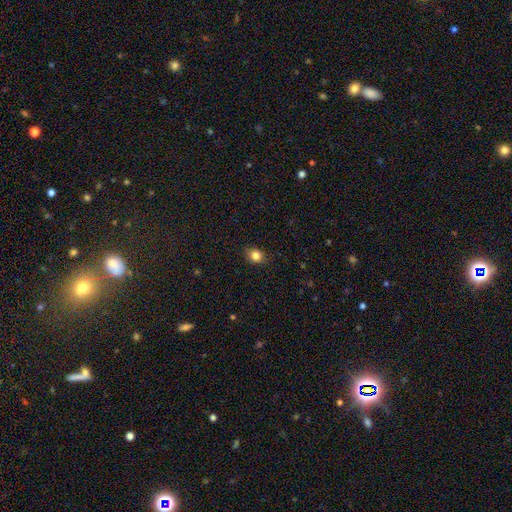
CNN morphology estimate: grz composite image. It shows a smooth galaxy with no disk features (83%) that is round (64%). Merging: none (85%).